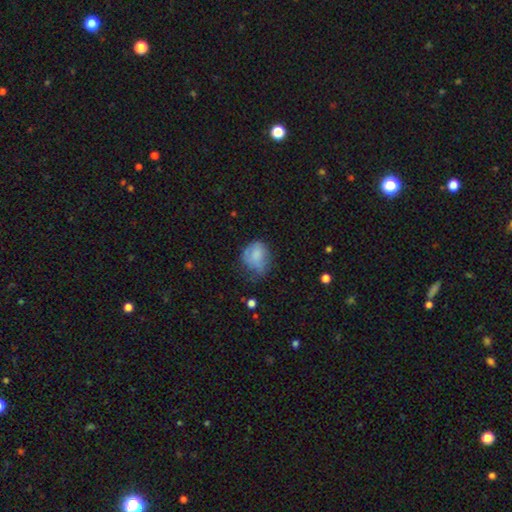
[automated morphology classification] Q: Smooth or featured?
A: smooth (72%); runner-up: featured or disk (19%)
Q: How rounded?
A: in between (50%); runner-up: round (49%)
Q: Merging?
A: minor disturbance (37%); runner-up: none (33%)